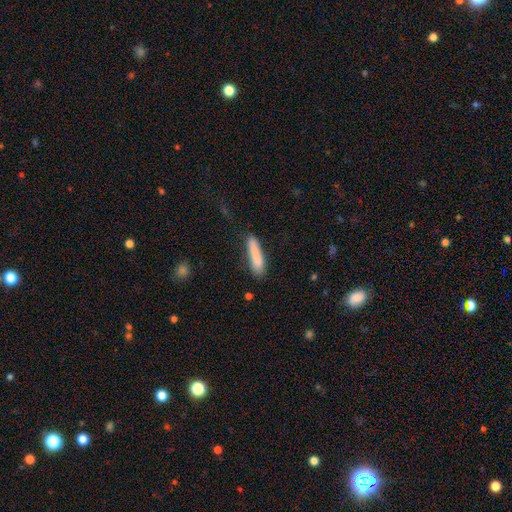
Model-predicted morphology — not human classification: smooth-or-featured: smooth: 84% | featured or disk: 10% | star or artifact: 6%
  how-rounded: cigar-shaped: 85% | in between: 13% | round: 1%
  merging: none: 77% | minor disturbance: 17% | major disturbance: 4% | merger: 2%